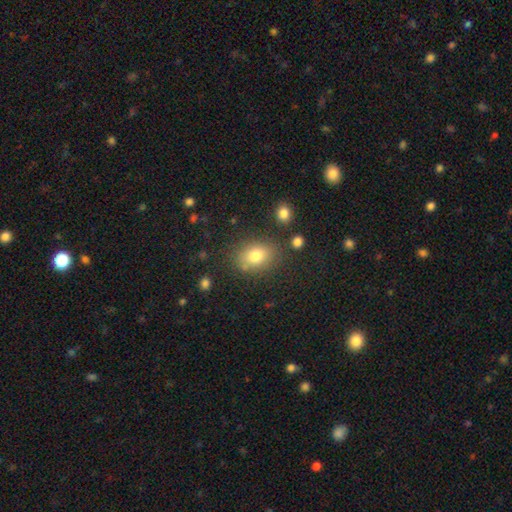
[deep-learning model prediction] Q: Smooth or featured?
A: smooth (78%); runner-up: star or artifact (11%)
Q: How rounded?
A: in between (64%); runner-up: round (35%)
Q: Merging?
A: none (78%); runner-up: minor disturbance (13%)